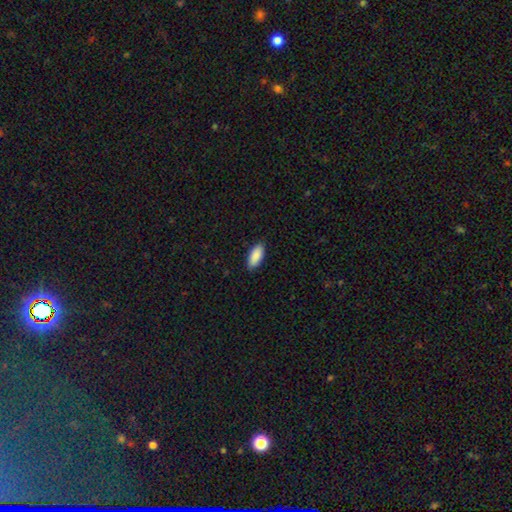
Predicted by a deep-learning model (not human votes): Smooth or featured? Predicted: smooth (p=0.90). How rounded? Predicted: in between (p=0.87). Merging? Predicted: none (p=0.87).